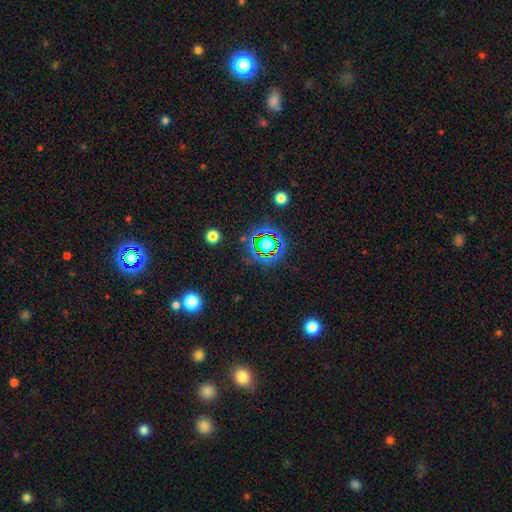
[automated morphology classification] This is likely a star or artifact rather than a galaxy (72%).